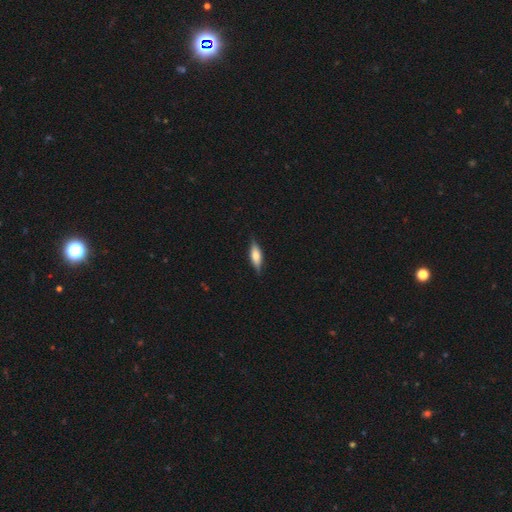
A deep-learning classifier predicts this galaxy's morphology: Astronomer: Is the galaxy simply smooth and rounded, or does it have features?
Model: smooth — 61%.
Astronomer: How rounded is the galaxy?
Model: in between — 57% (runner-up: cigar-shaped, 41%).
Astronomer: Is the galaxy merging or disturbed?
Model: none — 83%.